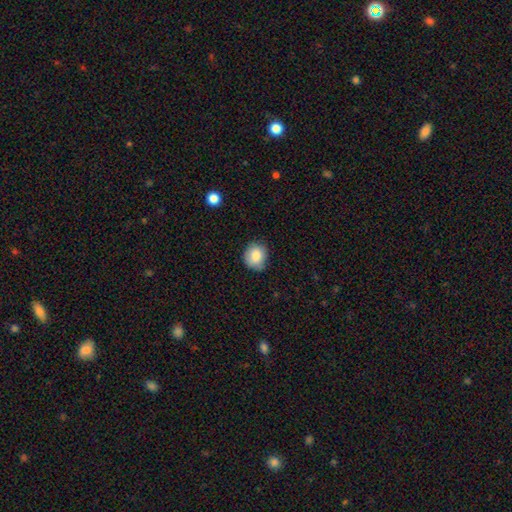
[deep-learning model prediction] smooth_or_featured: smooth (p=0.83) [alt: star or artifact p=0.08]
how_rounded: round (p=0.77) [alt: in between p=0.22]
merging: none (p=0.75) [alt: minor disturbance p=0.21]